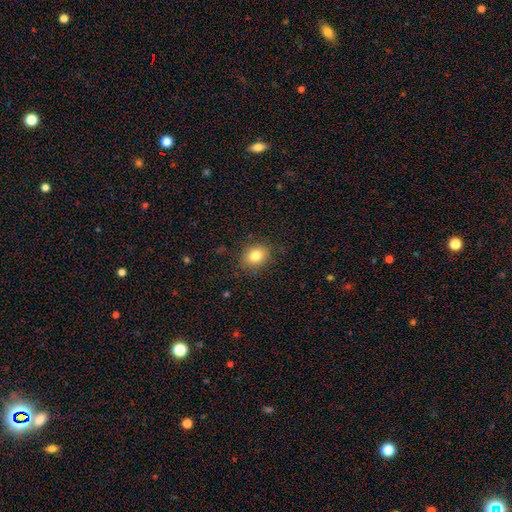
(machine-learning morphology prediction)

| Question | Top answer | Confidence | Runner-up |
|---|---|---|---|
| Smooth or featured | smooth | 81% | star or artifact (11%) |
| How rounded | round | 52% | in between (47%) |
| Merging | none | 84% | minor disturbance (11%) |